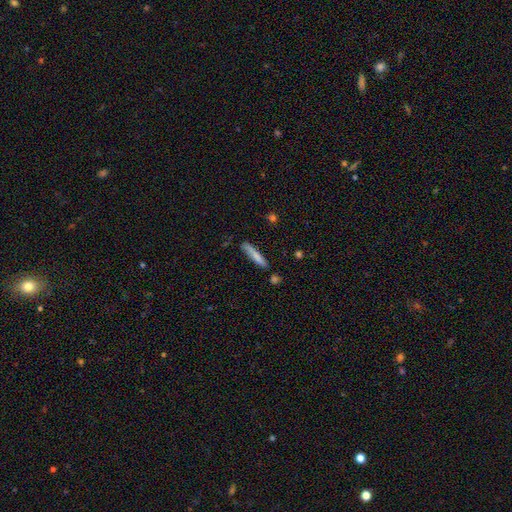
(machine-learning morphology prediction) Q: Smooth or featured?
A: smooth (77%); runner-up: featured or disk (17%)
Q: How rounded?
A: cigar-shaped (90%); runner-up: in between (9%)
Q: Merging?
A: none (77%); runner-up: minor disturbance (16%)